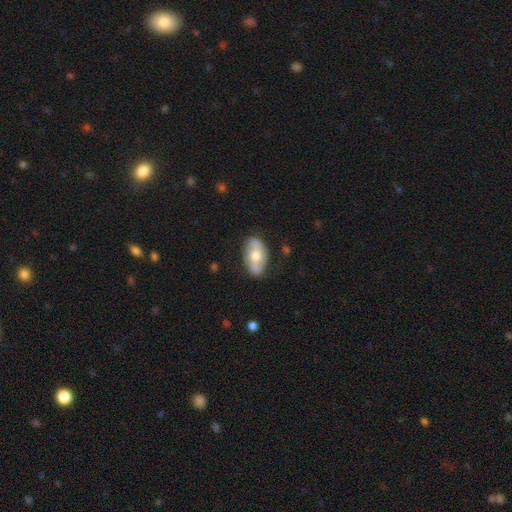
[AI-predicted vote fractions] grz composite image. It shows a smooth galaxy with no disk features (47%, tied with featured or disk). Merging: none (76%).